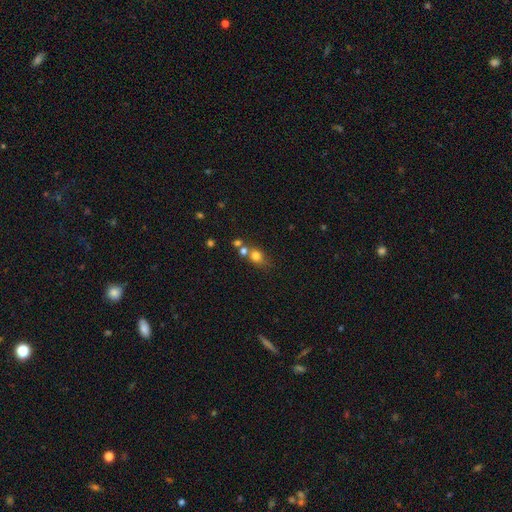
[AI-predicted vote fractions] smooth 74%, star or artifact 14%, featured or disk 12%. Down the decision tree: how rounded — round (53%); merging — none (47%).